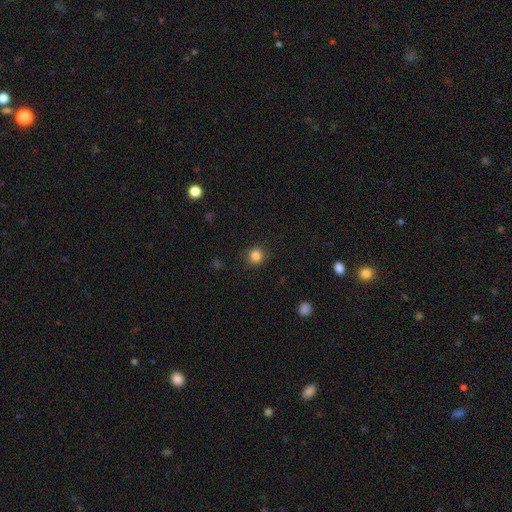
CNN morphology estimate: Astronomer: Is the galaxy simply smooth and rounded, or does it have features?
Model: smooth — 84%.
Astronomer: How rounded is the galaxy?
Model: round — 91%.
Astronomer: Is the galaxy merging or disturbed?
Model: none — 90%.